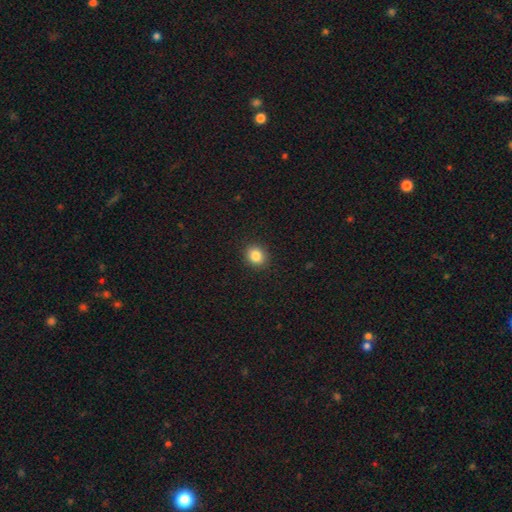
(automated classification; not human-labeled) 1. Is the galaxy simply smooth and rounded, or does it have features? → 85% smooth, 10% star or artifact, 5% featured or disk.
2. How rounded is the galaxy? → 72% round, 27% in between, 1% cigar-shaped.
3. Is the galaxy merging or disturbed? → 91% none, 6% minor disturbance, 2% major disturbance, 1% merger.